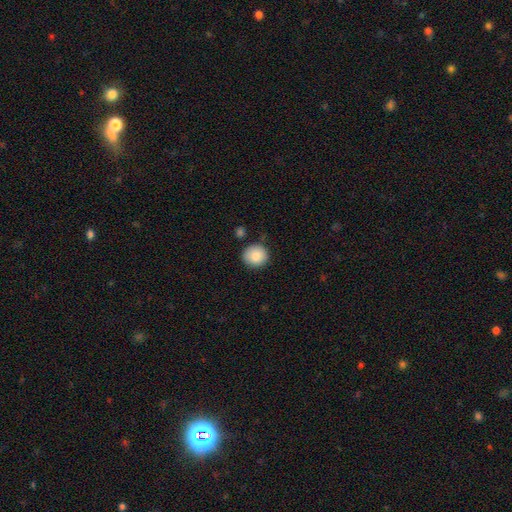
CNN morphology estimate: Q: Smooth or featured?
A: smooth (88%); runner-up: star or artifact (7%)
Q: How rounded?
A: round (89%); runner-up: in between (10%)
Q: Merging?
A: none (83%); runner-up: minor disturbance (11%)